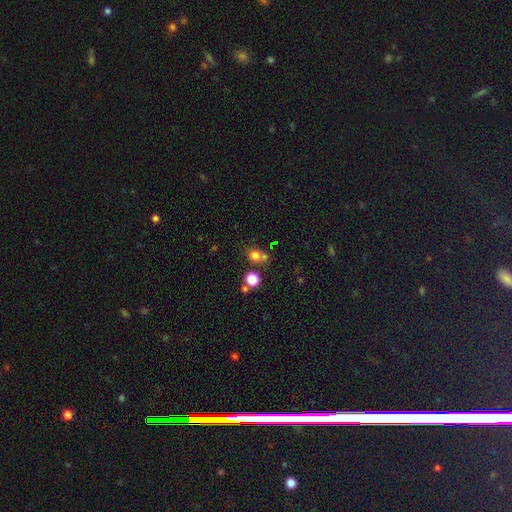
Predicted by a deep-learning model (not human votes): This is likely a smooth galaxy (74%). How rounded: likely round (76%). Merging: possibly none (57%).